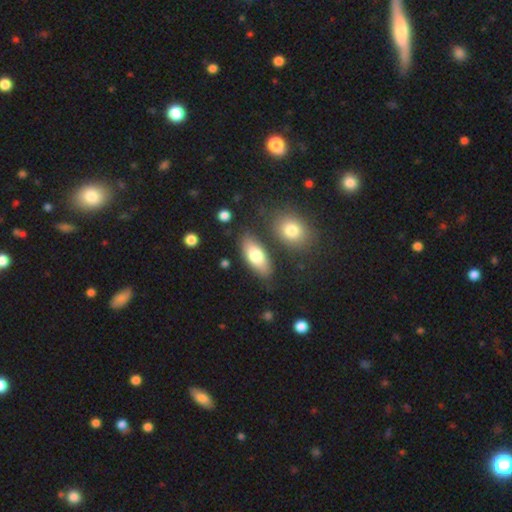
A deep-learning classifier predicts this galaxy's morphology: A smooth galaxy with no disk features (74%) that is in between round and cigar-shaped (83%). Merging: none (77%).